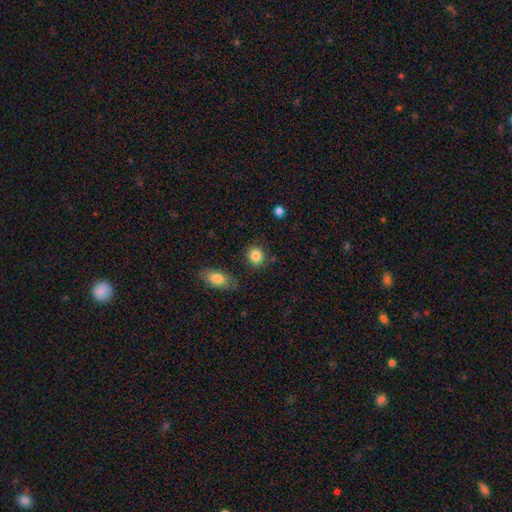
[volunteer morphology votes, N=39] A smooth galaxy with no disk features (82%) that is round (62%).

Vote fractions:
- Smooth or featured? smooth: 82% / star or artifact: 10% / featured or disk: 8%
- How rounded? round: 62% / in between: 38% / cigar-shaped: 0%
- Merging? none: 77% / minor disturbance: 14% / merger: 6% / major disturbance: 3%